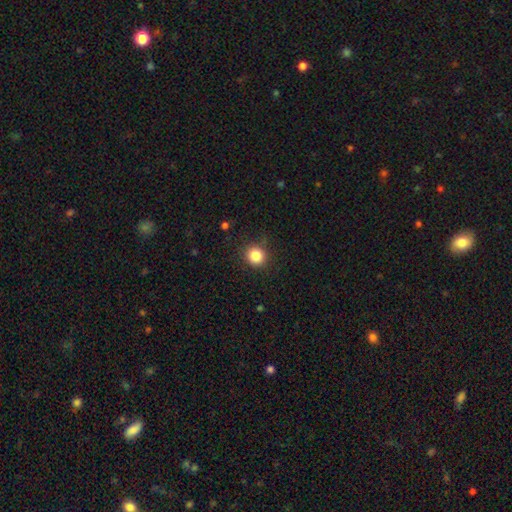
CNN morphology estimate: smooth-or-featured: smooth: 84% | star or artifact: 11% | featured or disk: 4%
  how-rounded: round: 90% | in between: 9% | cigar-shaped: 1%
  merging: none: 87% | minor disturbance: 9% | major disturbance: 3% | merger: 1%